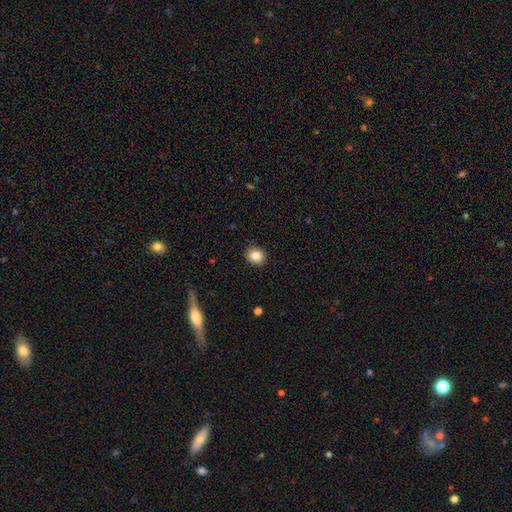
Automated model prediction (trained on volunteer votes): A smooth galaxy with no disk features (83%) that is round (81%). Merging: none (90%).